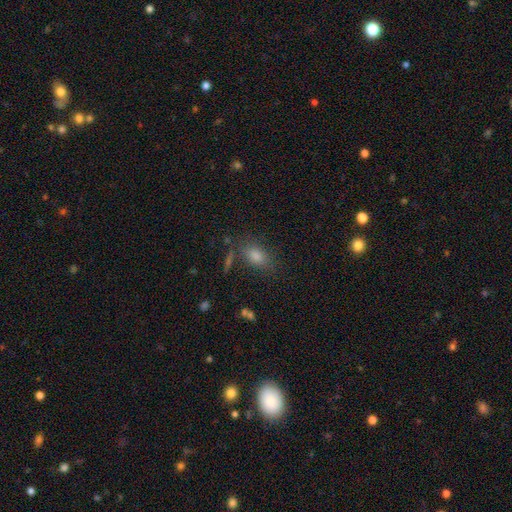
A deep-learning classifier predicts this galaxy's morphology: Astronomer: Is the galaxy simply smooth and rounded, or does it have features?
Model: smooth — 75%.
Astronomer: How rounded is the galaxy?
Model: in between — 79%.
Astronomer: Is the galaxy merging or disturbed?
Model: none — 77%.